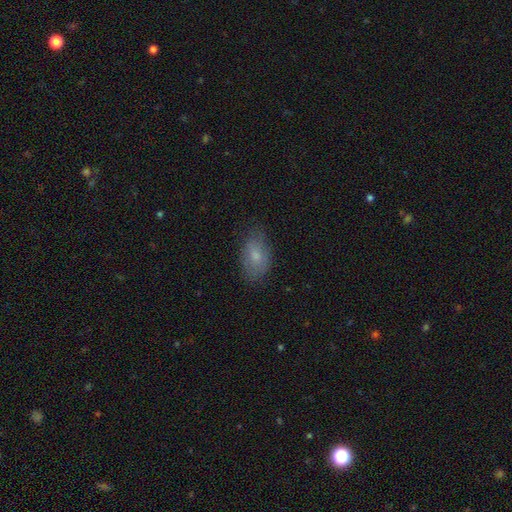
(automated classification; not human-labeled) A smooth galaxy with no disk features (74%) that is in between round and cigar-shaped (89%). Merging: none (72%).